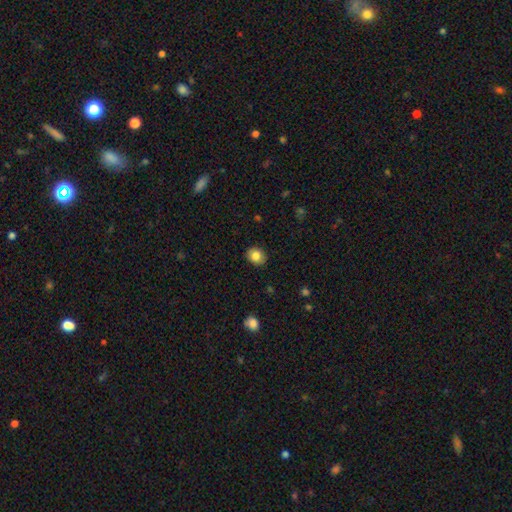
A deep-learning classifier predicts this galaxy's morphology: Q: Smooth or featured?
A: smooth (84%); runner-up: star or artifact (9%)
Q: How rounded?
A: round (62%); runner-up: in between (37%)
Q: Merging?
A: none (88%); runner-up: minor disturbance (9%)